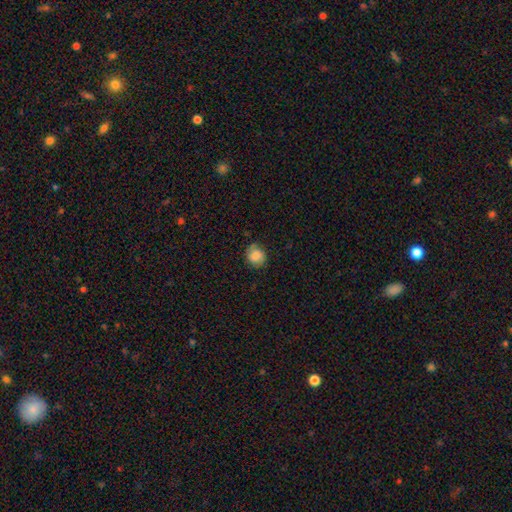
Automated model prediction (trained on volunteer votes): Q: Smooth or featured?
A: smooth (67%); runner-up: featured or disk (23%)
Q: How rounded?
A: round (74%); runner-up: in between (25%)
Q: Merging?
A: none (75%); runner-up: minor disturbance (19%)